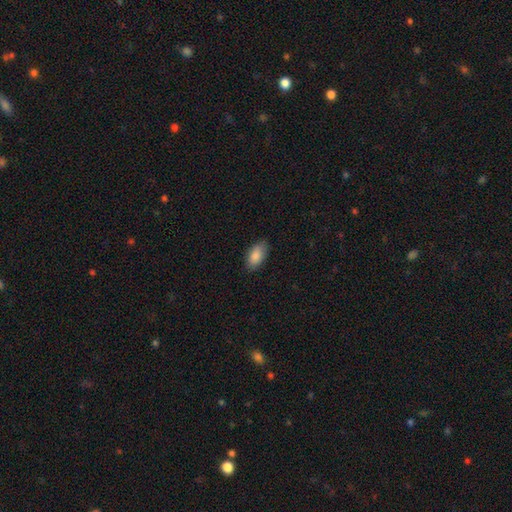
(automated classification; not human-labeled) A smooth galaxy with no disk features (88%) that is in between round and cigar-shaped (93%). Merging: none (85%).